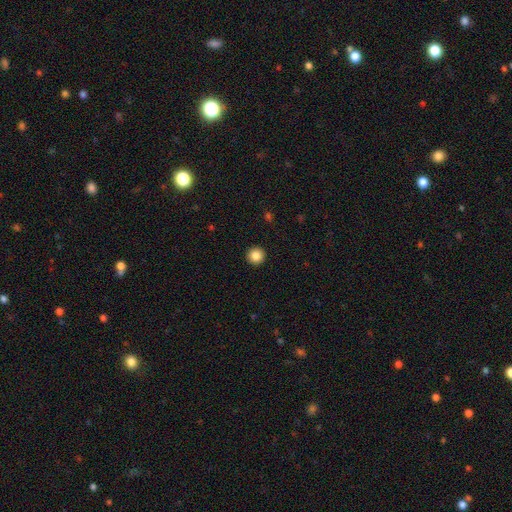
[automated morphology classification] Q: Smooth or featured?
A: smooth (86%); runner-up: star or artifact (10%)
Q: How rounded?
A: round (96%); runner-up: in between (3%)
Q: Merging?
A: none (94%); runner-up: minor disturbance (4%)